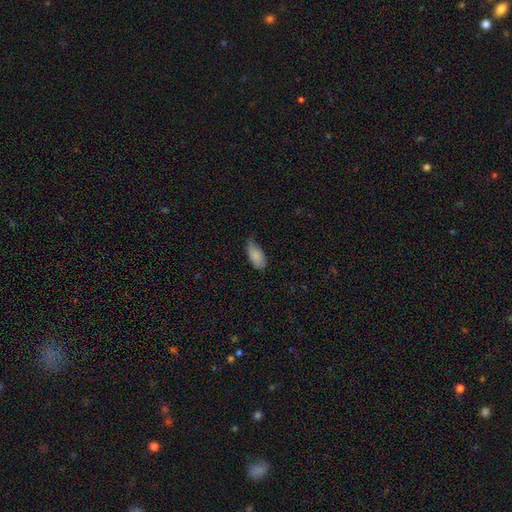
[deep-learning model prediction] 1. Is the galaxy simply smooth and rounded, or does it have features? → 88% smooth, 6% star or artifact, 6% featured or disk.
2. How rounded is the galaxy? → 90% in between, 8% cigar-shaped, 2% round.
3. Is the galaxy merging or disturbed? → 64% none, 31% minor disturbance, 4% major disturbance, 1% merger.